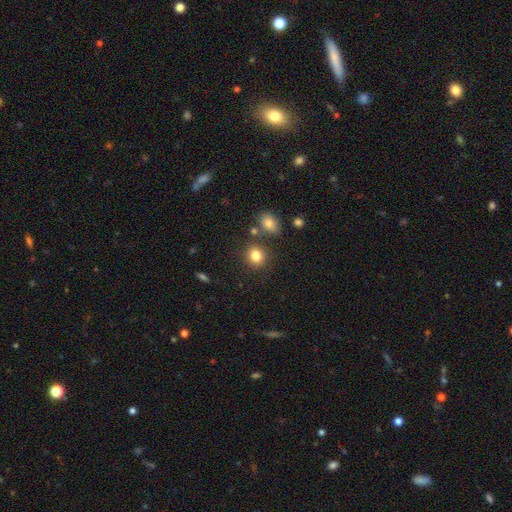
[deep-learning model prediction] smooth-or-featured: smooth: 83% | star or artifact: 11% | featured or disk: 6%
  how-rounded: round: 77% | in between: 22% | cigar-shaped: 1%
  merging: none: 80% | minor disturbance: 9% | merger: 8% | major disturbance: 3%